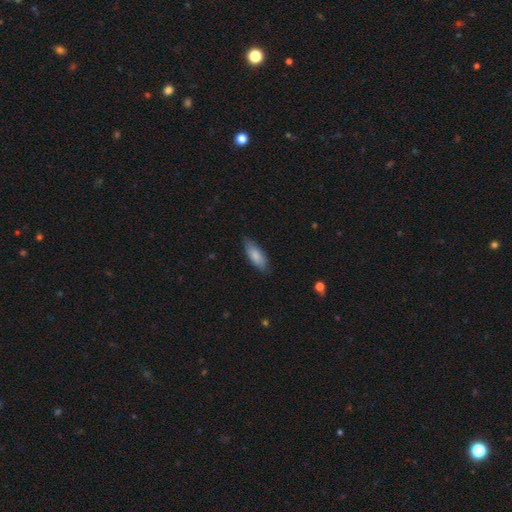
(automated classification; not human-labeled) smooth 81%, featured or disk 14%, star or artifact 5%. Down the decision tree: how rounded — in between (71%); merging — none (79%).